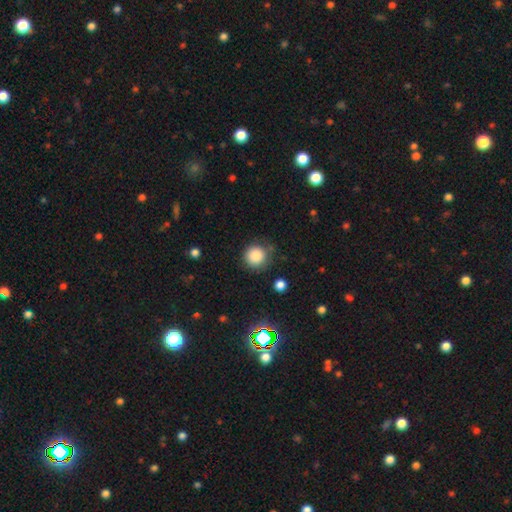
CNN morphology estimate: Smooth or featured? Predicted: smooth (p=0.86). How rounded? Predicted: round (p=0.94). Merging? Predicted: none (p=0.78).